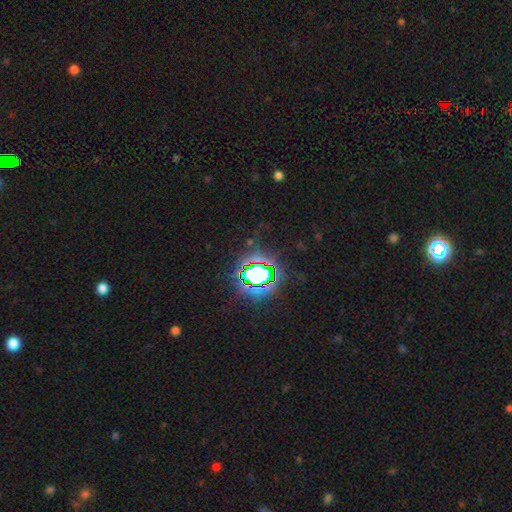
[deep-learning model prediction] Smooth or featured? star or artifact (83%)